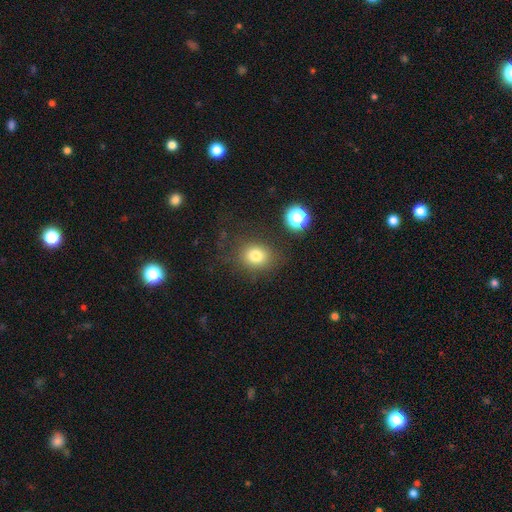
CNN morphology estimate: Smooth or featured? Predicted: smooth (p=0.79). How rounded? Predicted: round (p=0.64). Merging? Predicted: none (p=0.77).